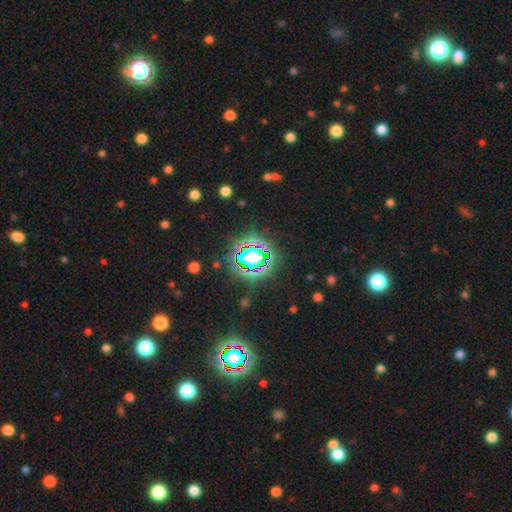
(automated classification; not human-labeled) This appears to be a star or artifact, not a galaxy (68%).